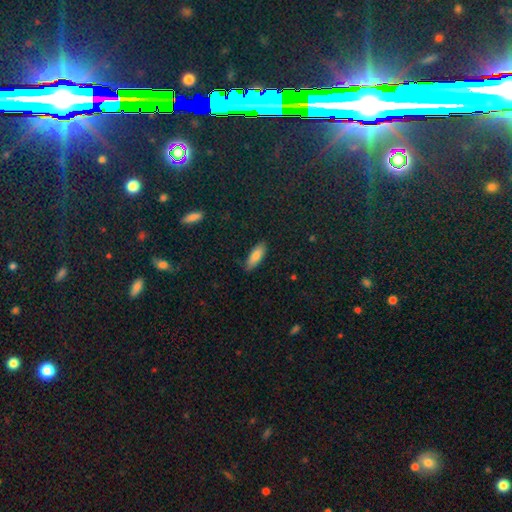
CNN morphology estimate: smooth_or_featured: smooth (p=0.83) [alt: featured or disk p=0.10]
how_rounded: in between (p=0.64) [alt: cigar-shaped p=0.34]
merging: none (p=0.82) [alt: minor disturbance p=0.15]